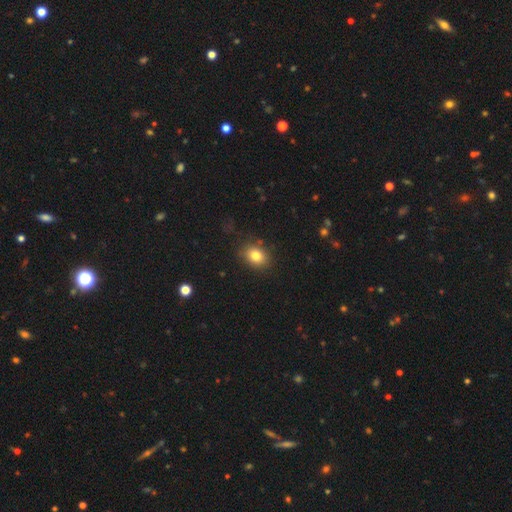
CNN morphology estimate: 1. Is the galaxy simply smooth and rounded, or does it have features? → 81% smooth, 10% star or artifact, 8% featured or disk.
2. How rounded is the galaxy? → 61% in between, 38% round, 1% cigar-shaped.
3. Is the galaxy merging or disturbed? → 82% none, 12% minor disturbance, 4% major disturbance, 2% merger.